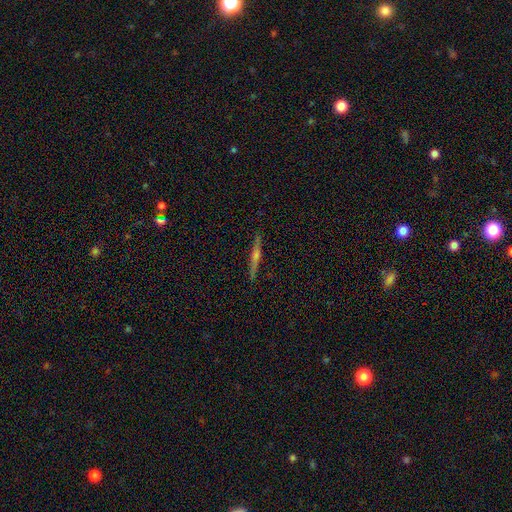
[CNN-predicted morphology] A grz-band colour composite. It shows a featured or disk galaxy (69%) viewed edge-on (98%) with a rounded central bulge (76%). Merging: none (90%).